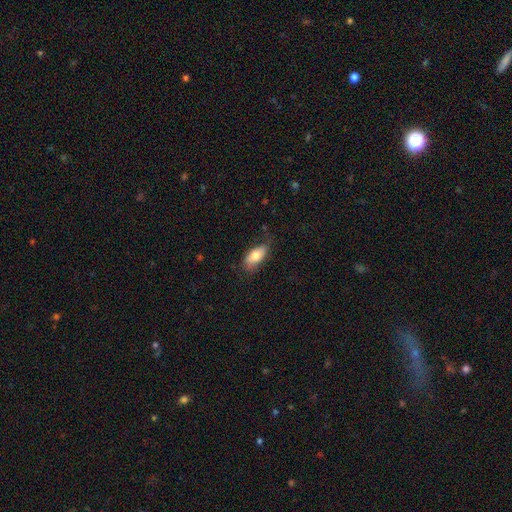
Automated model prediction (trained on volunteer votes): A smooth galaxy with no disk features (75%) that is in between round and cigar-shaped (87%).

Vote fractions:
- Smooth or featured? smooth: 75% / featured or disk: 19% / star or artifact: 7%
- How rounded? in between: 87% / cigar-shaped: 10% / round: 3%
- Merging? none: 67% / minor disturbance: 25% / major disturbance: 6% / merger: 1%